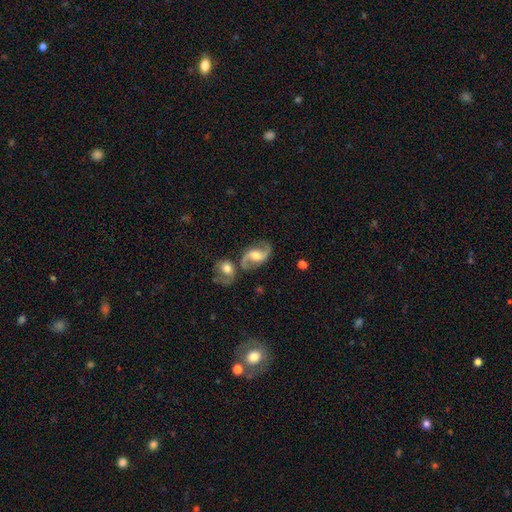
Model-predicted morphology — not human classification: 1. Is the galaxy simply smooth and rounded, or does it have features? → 86% featured or disk, 9% smooth, 5% star or artifact.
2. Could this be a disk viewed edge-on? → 97% no, 3% yes.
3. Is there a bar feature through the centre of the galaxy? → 48% no, 38% weak, 14% strong.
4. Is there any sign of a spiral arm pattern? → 96% yes, 4% no.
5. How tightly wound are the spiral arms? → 58% loose, 35% medium, 8% tight.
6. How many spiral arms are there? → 94% 2, 2% can't tell, 2% 1, 1% 3, 1% 4, 1% more than 4.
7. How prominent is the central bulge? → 67% moderate, 19% small, 11% large, 2% none, 1% dominant.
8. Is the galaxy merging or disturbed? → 68% none, 14% merger, 13% minor disturbance, 5% major disturbance.